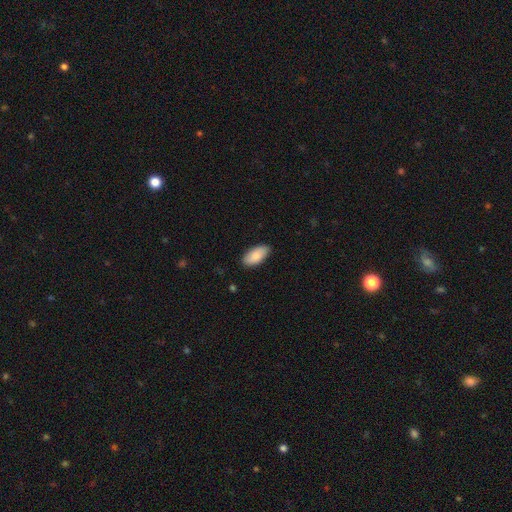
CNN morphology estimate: Smooth or featured? smooth (87%)
How rounded? in between (93%)
Merging? none (86%)